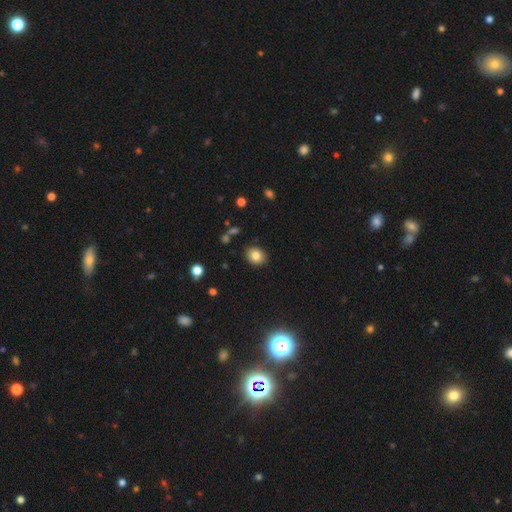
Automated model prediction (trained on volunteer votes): A smooth galaxy with no disk features (81%) that is round (59%).

Vote fractions:
- Smooth or featured? smooth: 81% / star or artifact: 10% / featured or disk: 8%
- How rounded? round: 59% / in between: 41% / cigar-shaped: 1%
- Merging? none: 88% / minor disturbance: 8% / major disturbance: 2% / merger: 2%